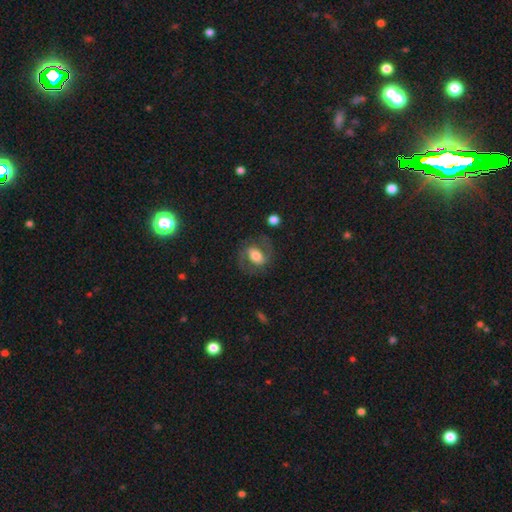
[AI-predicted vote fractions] The model was most divided on "bar": weak: 37%, no: 32%, strong: 31%. More confident: edge-on disk — no (95%); spiral arms — yes (81%); merging — none (70%); smooth or featured — featured or disk (57%); bulge size — moderate (52%).